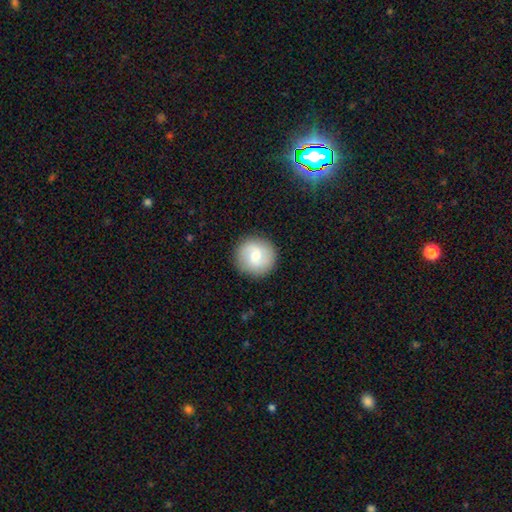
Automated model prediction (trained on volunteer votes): Smooth or featured? smooth (57%)
How rounded? round (95%)
Merging? none (90%)